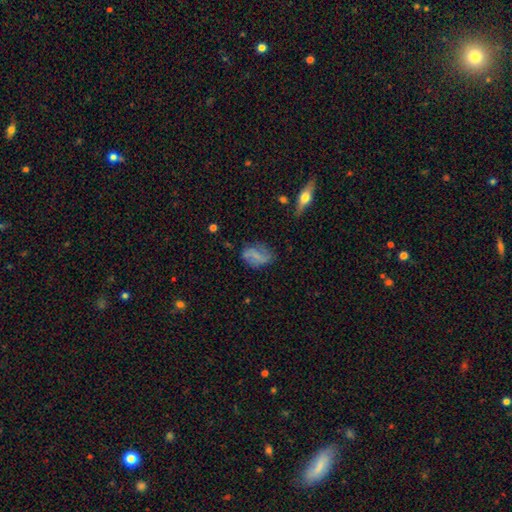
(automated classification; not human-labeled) Smooth or featured?
  - smooth: 53% *
  - featured or disk: 37%
  - star or artifact: 11%
How rounded?
  - in between: 84% *
  - round: 13%
  - cigar-shaped: 3%
Merging?
  - none: 59% *
  - minor disturbance: 27%
  - major disturbance: 11%
  - merger: 3%